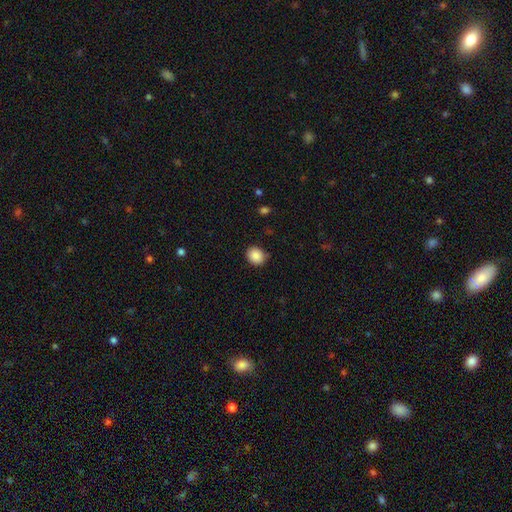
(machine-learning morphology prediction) Smooth or featured? Predicted: smooth (p=0.88). How rounded? Predicted: round (p=0.65). Merging? Predicted: none (p=0.85).